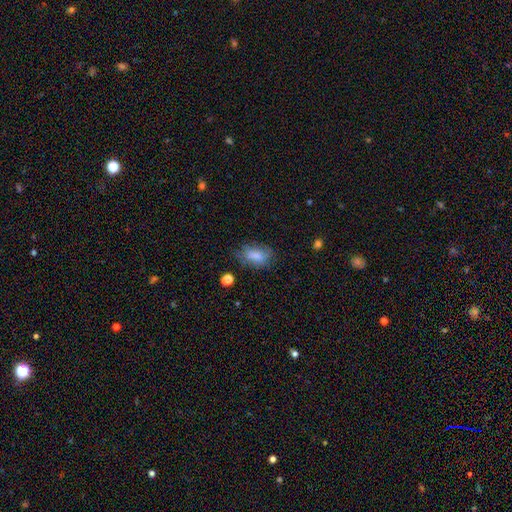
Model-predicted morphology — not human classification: The model was most divided on "merging": none: 60%, minor disturbance: 26%, major disturbance: 11%, merger: 3%. More confident: how rounded — in between (88%); smooth or featured — smooth (74%).